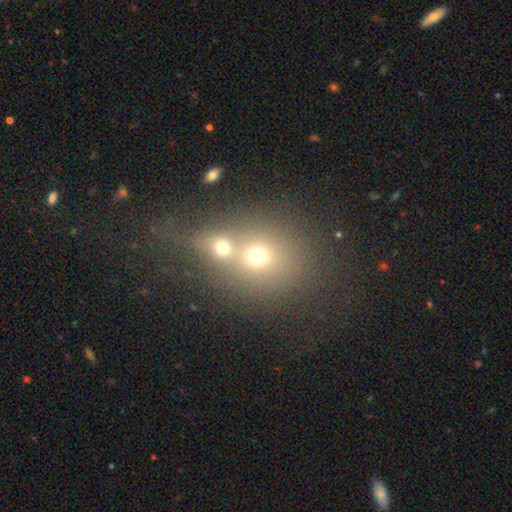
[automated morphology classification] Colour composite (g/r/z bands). It shows a smooth galaxy with no disk features (57%) that is round (67%). Merging: merger (66%).